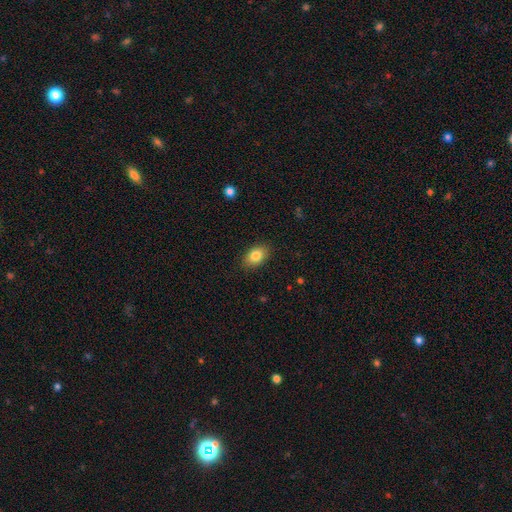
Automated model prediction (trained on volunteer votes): Smooth or featured?
  - smooth: 83% *
  - featured or disk: 9%
  - star or artifact: 8%
How rounded?
  - in between: 87% *
  - round: 12%
  - cigar-shaped: 2%
Merging?
  - none: 87% *
  - minor disturbance: 10%
  - major disturbance: 2%
  - merger: 1%